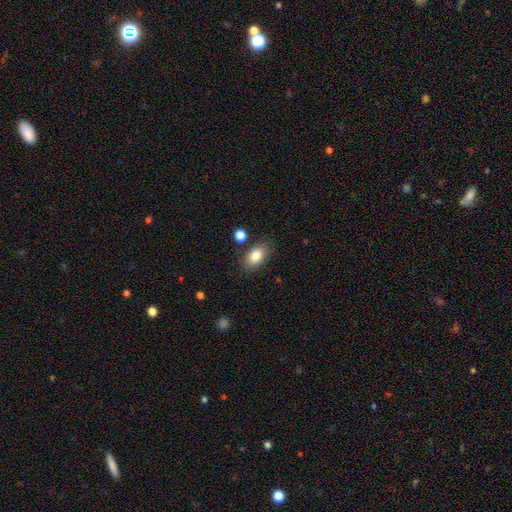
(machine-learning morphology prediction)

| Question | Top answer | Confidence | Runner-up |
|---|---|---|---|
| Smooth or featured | smooth | 84% | featured or disk (8%) |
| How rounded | in between | 88% | round (10%) |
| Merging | none | 80% | minor disturbance (12%) |